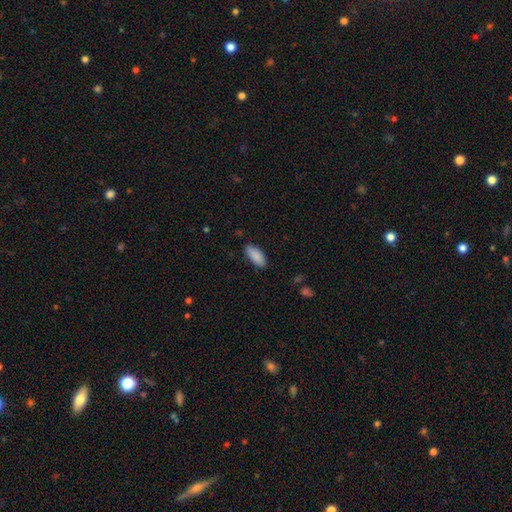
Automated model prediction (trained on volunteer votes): This is clearly a smooth galaxy (89%). How rounded: clearly in between (84%). Merging: clearly none (84%).